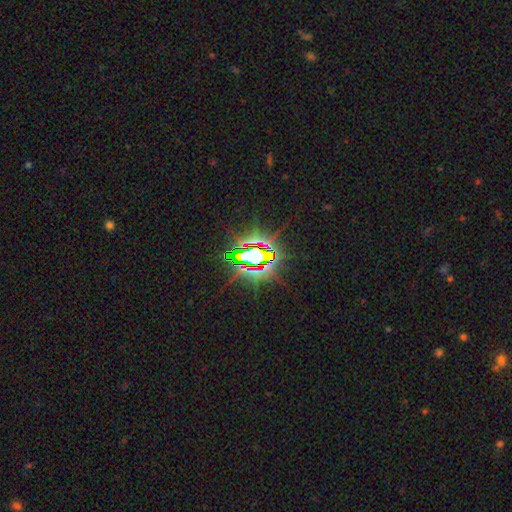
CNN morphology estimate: A star or artifact, not a galaxy (82%).

Vote fractions:
- Smooth or featured? star or artifact: 82% / featured or disk: 10% / smooth: 9%